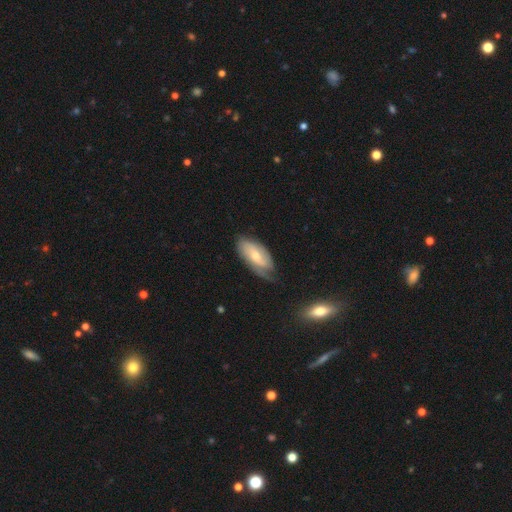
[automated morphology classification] smooth-or-featured: featured or disk: 55% | smooth: 39% | star or artifact: 6%
  disk-edge-on: no: 90% | yes: 10%
  merging: none: 56% | minor disturbance: 32% | major disturbance: 10% | merger: 2%